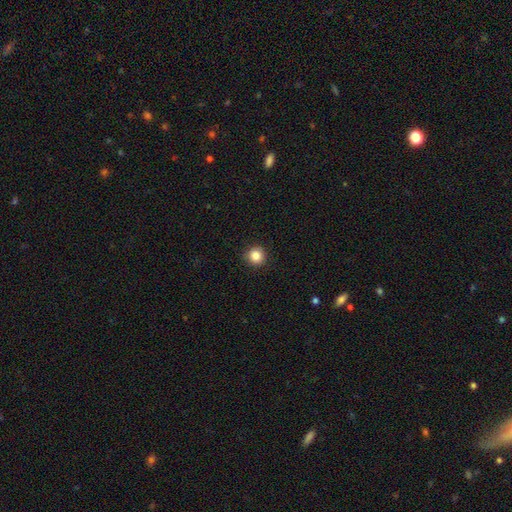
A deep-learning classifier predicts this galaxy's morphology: type=smooth (86%); roundness=round (93%); merging=none (90%).